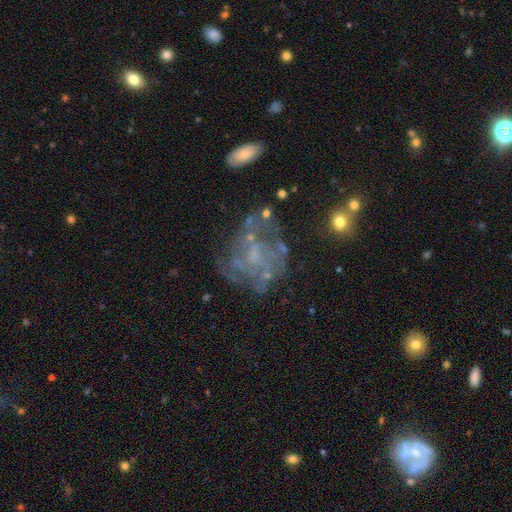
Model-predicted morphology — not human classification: A featured or disk galaxy (70%) with no bar (70%), spiral arms (52%) and no central bulge (50%). Merging: none (52%).